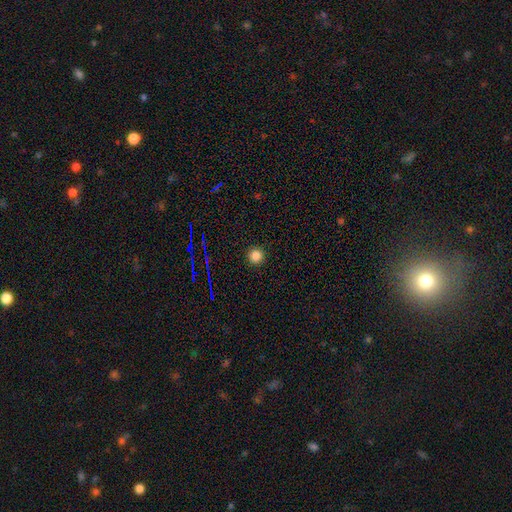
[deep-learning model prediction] Morphology: type=smooth (82%); roundness=round (95%); merging=none (93%).